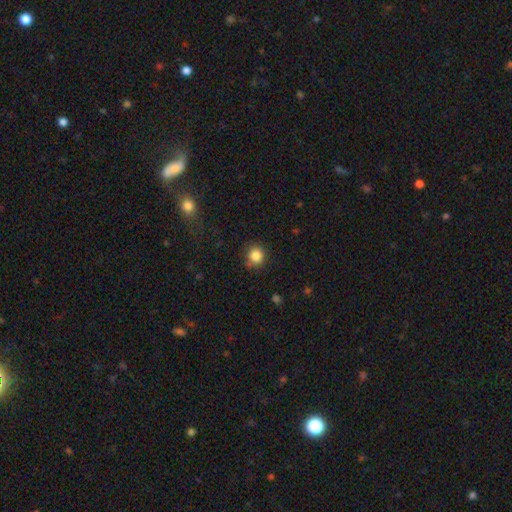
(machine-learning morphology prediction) A smooth galaxy with no disk features (85%) that is round (88%).

Vote fractions:
- Smooth or featured? smooth: 85% / star or artifact: 11% / featured or disk: 4%
- How rounded? round: 88% / in between: 11% / cigar-shaped: 1%
- Merging? none: 81% / minor disturbance: 13% / major disturbance: 3% / merger: 2%